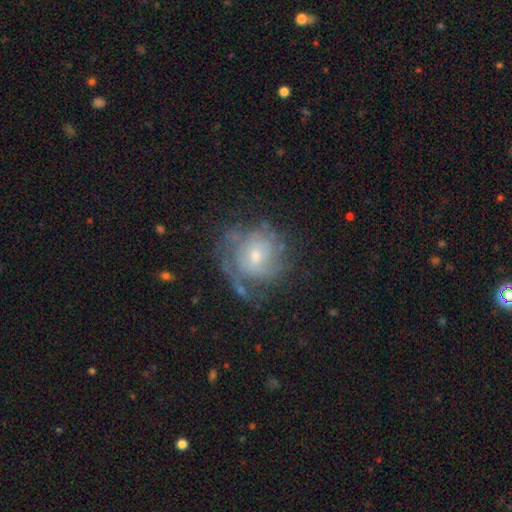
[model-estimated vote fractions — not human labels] Smooth or featured?
  - featured or disk: 67% *
  - smooth: 25%
  - star or artifact: 8%
Edge-on disk?
  - no: 97% *
  - yes: 3%
Bar?
  - no: 64% *
  - weak: 32%
  - strong: 4%
Spiral arms?
  - yes: 78% *
  - no: 22%
Spiral winding?
  - tight: 59% *
  - medium: 29%
  - loose: 12%
Spiral arm count?
  - can't tell: 51% *
  - 2: 21%
  - 3: 10%
  - 1: 10%
  - 4: 5%
  - more than 4: 3%
Bulge size?
  - moderate: 51% *
  - small: 41%
  - large: 4%
  - none: 3%
  - dominant: 1%
Merging?
  - none: 56% *
  - minor disturbance: 23%
  - major disturbance: 18%
  - merger: 3%